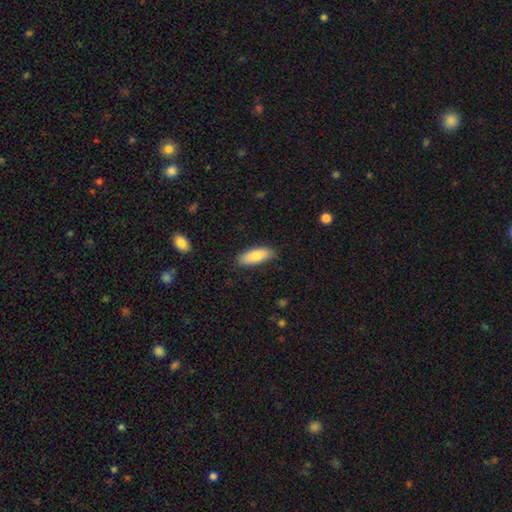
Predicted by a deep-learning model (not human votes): smooth 82%, featured or disk 12%, star or artifact 6%. Down the decision tree: how rounded — in between (72%); merging — none (83%).